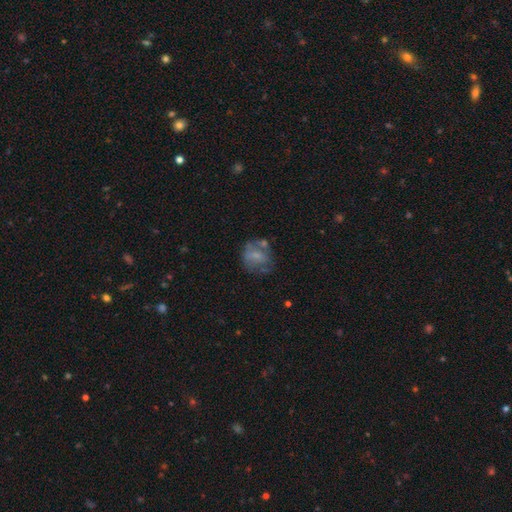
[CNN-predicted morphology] smooth 53%, featured or disk 37%, star or artifact 10%. Down the decision tree: how rounded — round (63%); merging — none (45%).